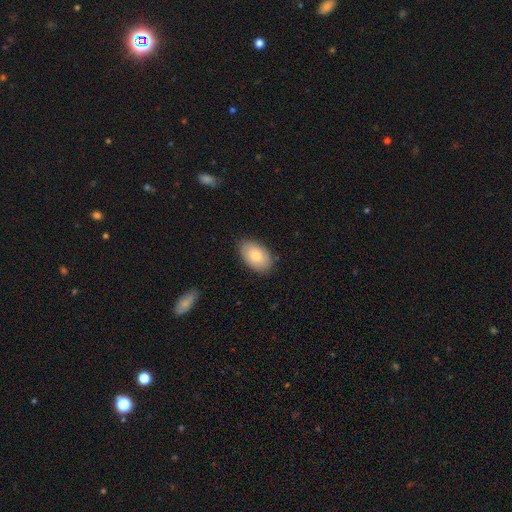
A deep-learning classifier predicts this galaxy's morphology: The model was most divided on "smooth or featured": smooth: 79%, featured or disk: 15%, star or artifact: 6%. More confident: how rounded — in between (92%); merging — none (86%).